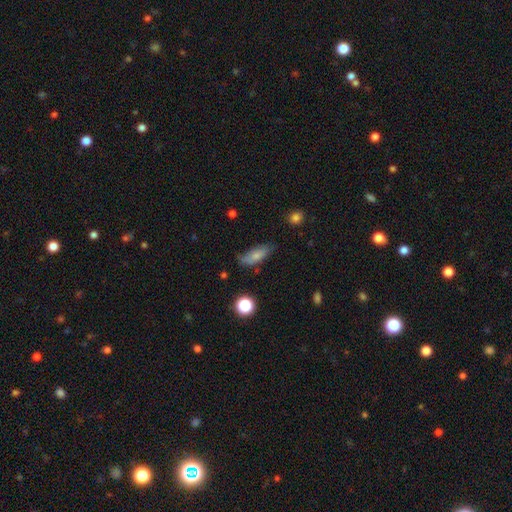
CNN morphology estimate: Smooth or featured?
  - smooth: 75% *
  - featured or disk: 17%
  - star or artifact: 9%
How rounded?
  - in between: 72% *
  - cigar-shaped: 25%
  - round: 3%
Merging?
  - none: 64% *
  - minor disturbance: 27%
  - major disturbance: 6%
  - merger: 3%